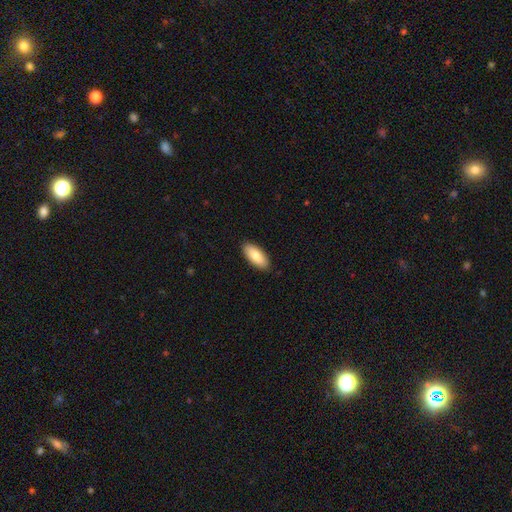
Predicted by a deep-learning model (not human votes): Overall: smooth (81%). How rounded: in between (83%). Merging: none (89%).